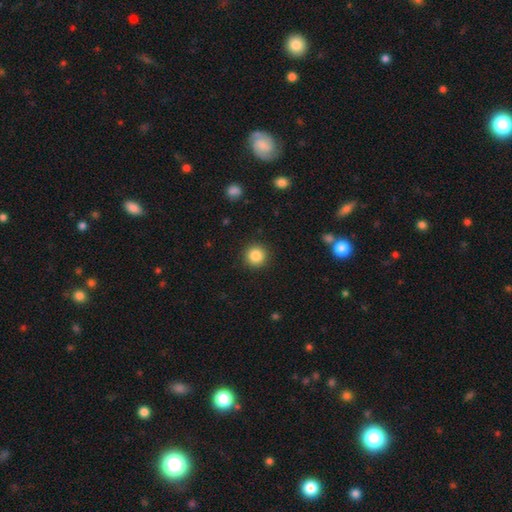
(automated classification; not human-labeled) Smooth or featured? smooth (85%)
How rounded? round (95%)
Merging? none (92%)